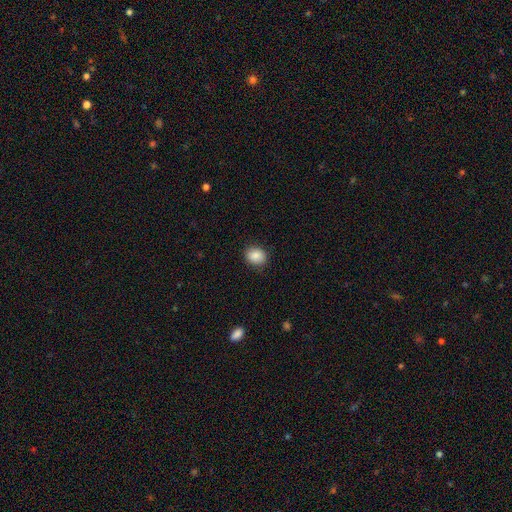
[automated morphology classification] type=smooth (88%); roundness=round (59%); merging=none (87%).